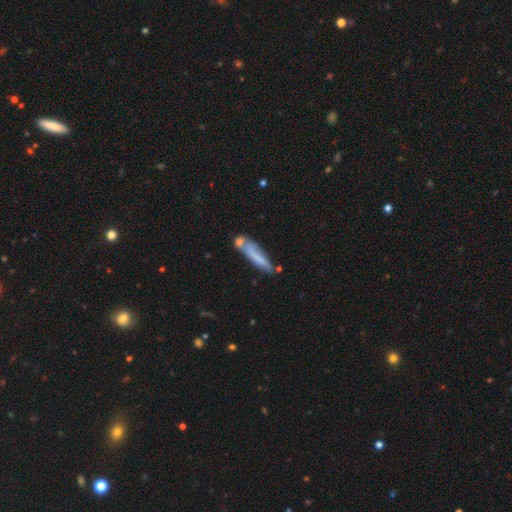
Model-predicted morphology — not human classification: Smooth or featured? Predicted: smooth (p=0.57). How rounded? Predicted: cigar-shaped (p=0.81). Merging? Predicted: none (p=0.45).